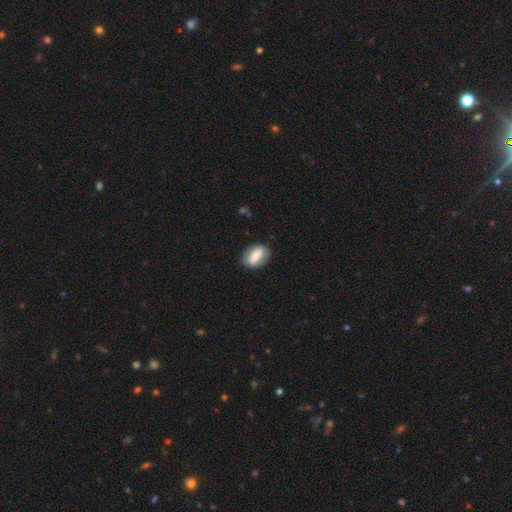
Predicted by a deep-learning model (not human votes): A smooth galaxy with no disk features (61%) that is in between round and cigar-shaped (80%). Merging: none (83%).